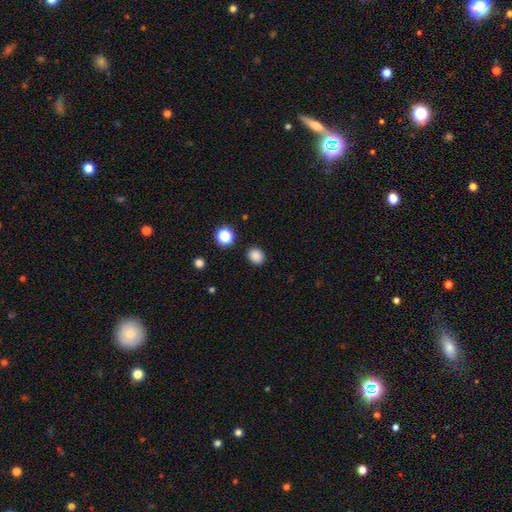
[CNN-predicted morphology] Overall: smooth (85%). How rounded: round (62%; in between 37%). Merging: none (88%).